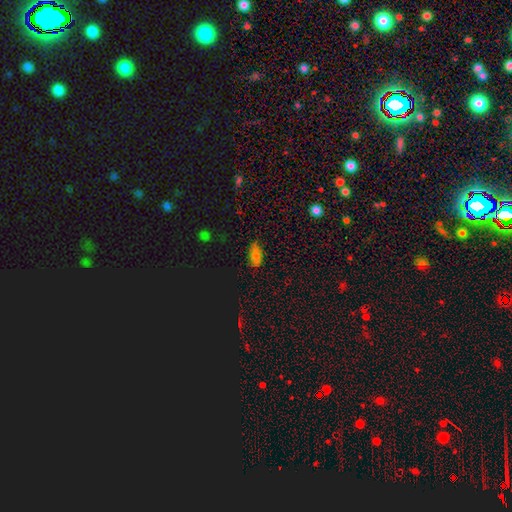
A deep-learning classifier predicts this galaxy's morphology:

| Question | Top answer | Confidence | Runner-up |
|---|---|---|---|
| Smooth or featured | smooth | 62% | star or artifact (26%) |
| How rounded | in between | 89% | cigar-shaped (6%) |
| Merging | none | 74% | minor disturbance (20%) |